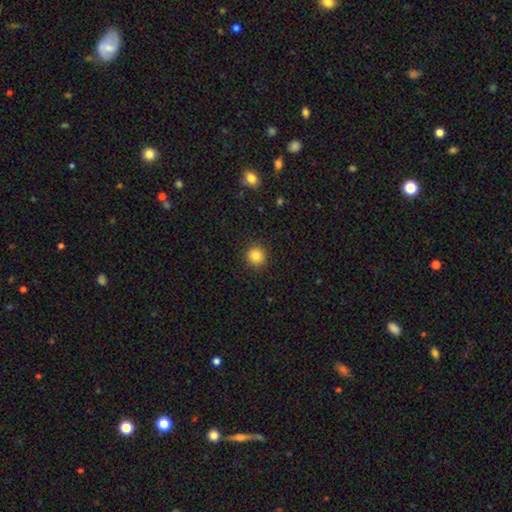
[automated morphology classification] type=smooth (85%); roundness=round (92%); merging=none (91%).